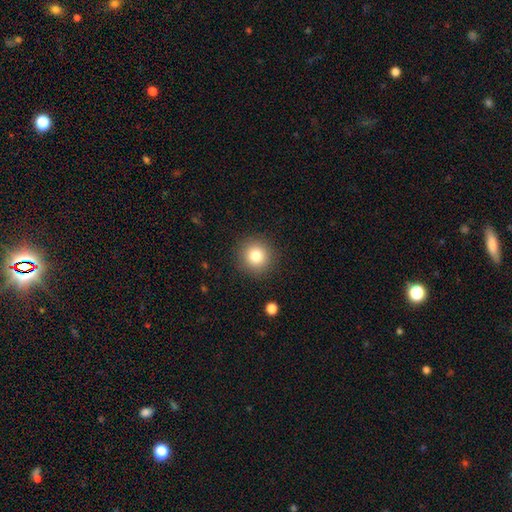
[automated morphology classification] smooth 81%, star or artifact 11%, featured or disk 8%. Down the decision tree: how rounded — round (94%); merging — none (90%).